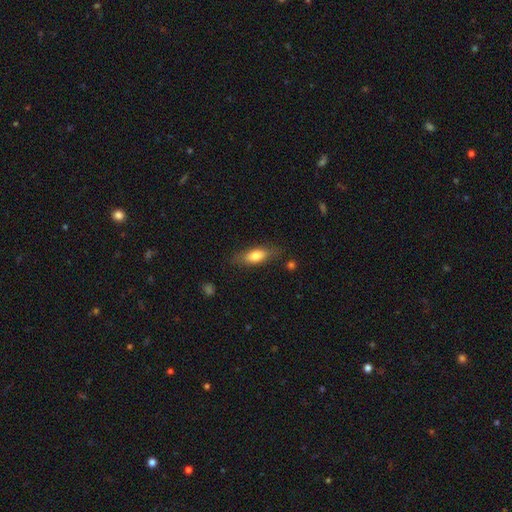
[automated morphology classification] A smooth galaxy with no disk features (72%) that is in between round and cigar-shaped (67%).

Vote fractions:
- Smooth or featured? smooth: 72% / featured or disk: 21% / star or artifact: 7%
- How rounded? in between: 67% / cigar-shaped: 29% / round: 4%
- Merging? none: 77% / minor disturbance: 16% / major disturbance: 5% / merger: 2%